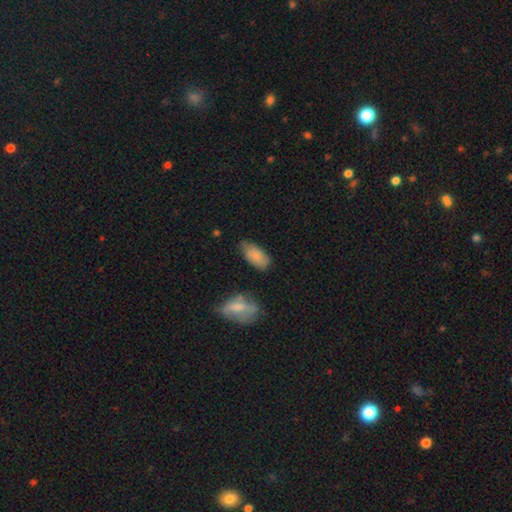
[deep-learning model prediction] Smooth or featured: smooth — 82% (featured or disk — 11%)
How rounded: in between — 91% (cigar-shaped — 6%)
Merging: none — 68% (minor disturbance — 23%)